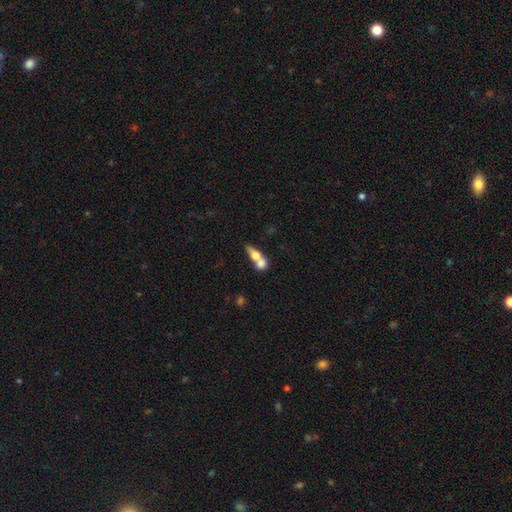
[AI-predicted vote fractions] Smooth or featured? Predicted: smooth (p=0.61). How rounded? Predicted: in between (p=0.56). Merging? Predicted: merger (p=0.68).